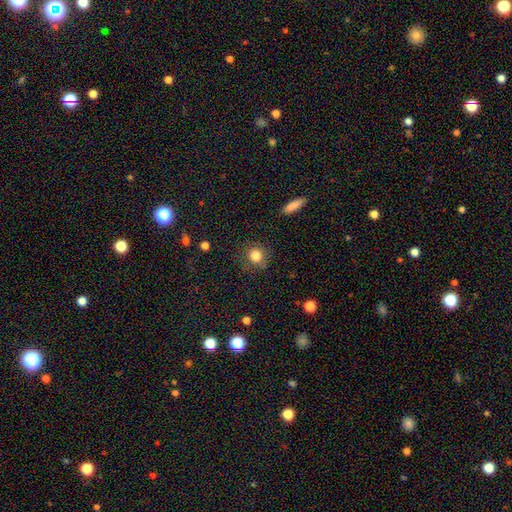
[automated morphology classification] The model was most divided on "merging": none: 81%, minor disturbance: 13%, major disturbance: 5%, merger: 2%. More confident: how rounded — round (85%); smooth or featured — smooth (83%).